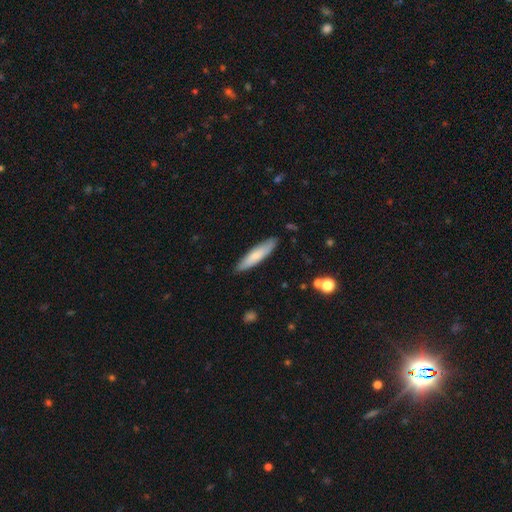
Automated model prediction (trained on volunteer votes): Q: Smooth or featured?
A: smooth (74%); runner-up: featured or disk (21%)
Q: How rounded?
A: cigar-shaped (80%); runner-up: in between (19%)
Q: Merging?
A: none (87%); runner-up: minor disturbance (10%)